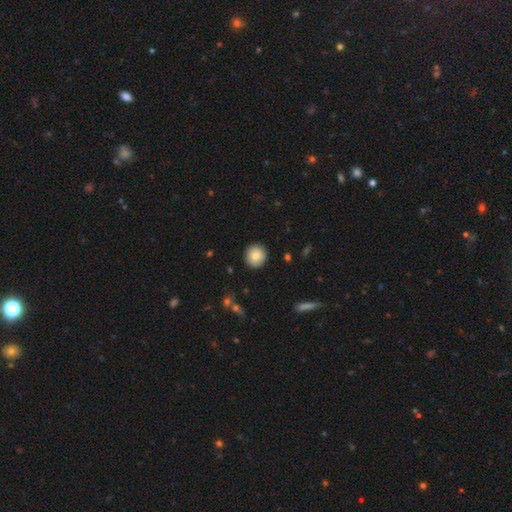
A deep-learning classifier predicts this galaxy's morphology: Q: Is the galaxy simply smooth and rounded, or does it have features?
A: smooth — 83%.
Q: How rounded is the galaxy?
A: round — 94%.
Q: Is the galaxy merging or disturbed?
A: none — 91%.